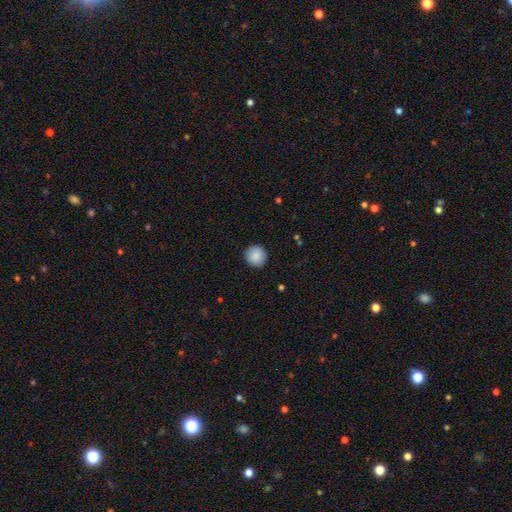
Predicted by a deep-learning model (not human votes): Smooth or featured: smooth — 89% (star or artifact — 8%)
How rounded: round — 93% (in between — 6%)
Merging: none — 91% (minor disturbance — 6%)